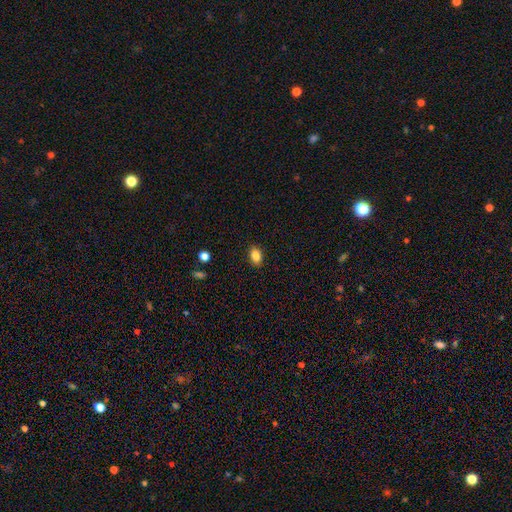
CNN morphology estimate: Overall: smooth (86%). How rounded: in between (86%). Merging: none (89%).